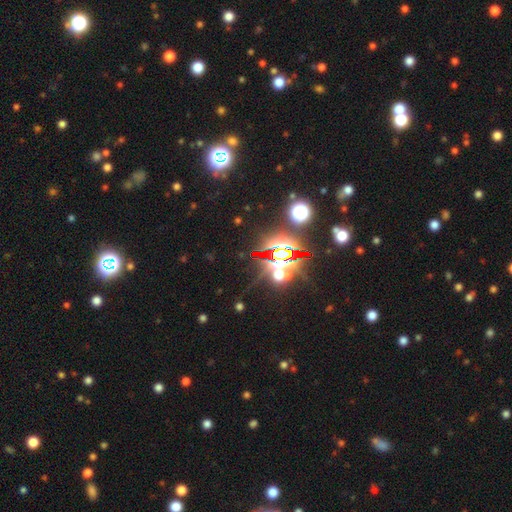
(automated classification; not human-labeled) star or artifact 84%, smooth 9%, featured or disk 7%.